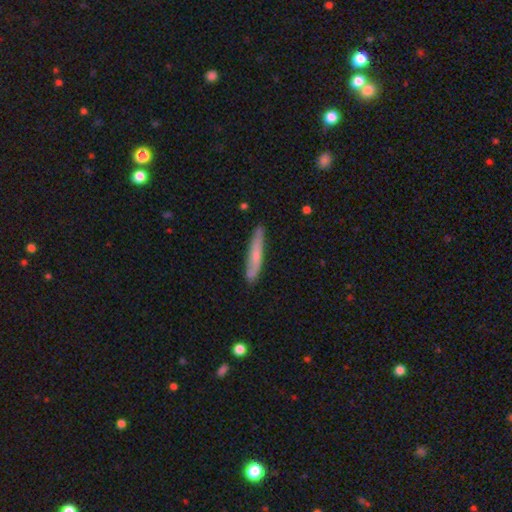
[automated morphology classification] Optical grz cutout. It shows a smooth galaxy with no disk features (58%) that is cigar-shaped (94%). Merging: none (81%).